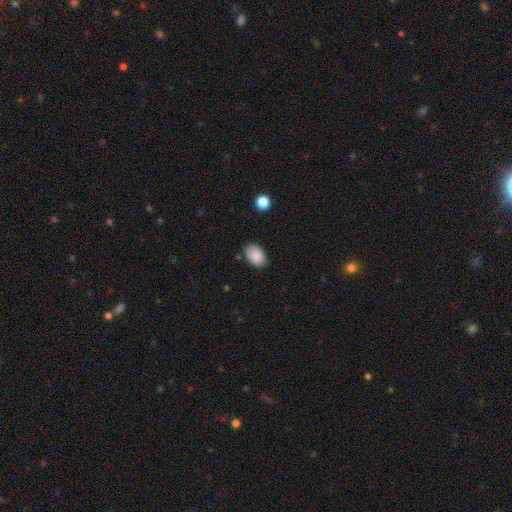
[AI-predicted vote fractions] smooth_or_featured: smooth (p=0.86) [alt: star or artifact p=0.07]
how_rounded: in between (p=0.88) [alt: round p=0.11]
merging: none (p=0.80) [alt: minor disturbance p=0.15]